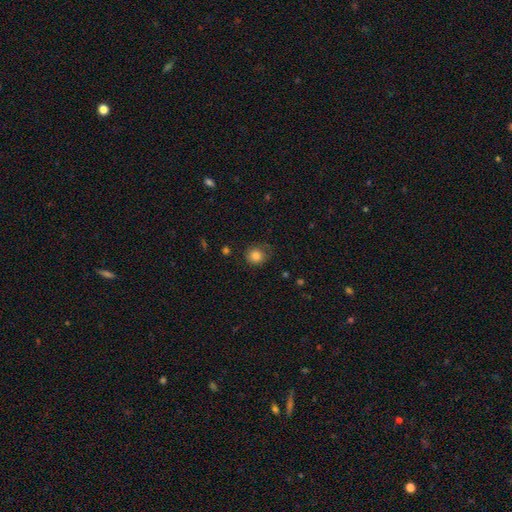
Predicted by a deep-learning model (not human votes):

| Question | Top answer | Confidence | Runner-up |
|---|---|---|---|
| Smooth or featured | smooth | 84% | star or artifact (10%) |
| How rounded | round | 84% | in between (15%) |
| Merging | none | 71% | minor disturbance (21%) |